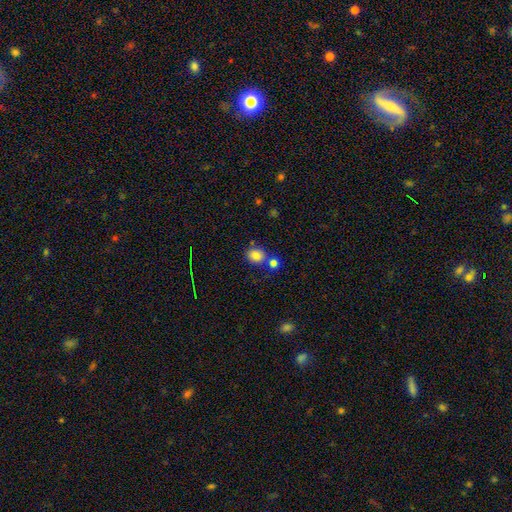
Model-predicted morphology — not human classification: A smooth galaxy with no disk features (81%) that is round (63%). Merging: none (65%).